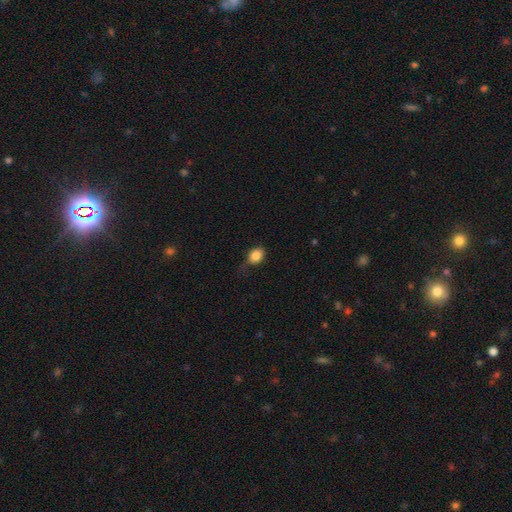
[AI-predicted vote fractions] A smooth galaxy with no disk features (85%) that is in between round and cigar-shaped (60%).

Vote fractions:
- Smooth or featured? smooth: 85% / star or artifact: 9% / featured or disk: 6%
- How rounded? in between: 60% / round: 39% / cigar-shaped: 1%
- Merging? none: 56% / minor disturbance: 30% / major disturbance: 12% / merger: 2%